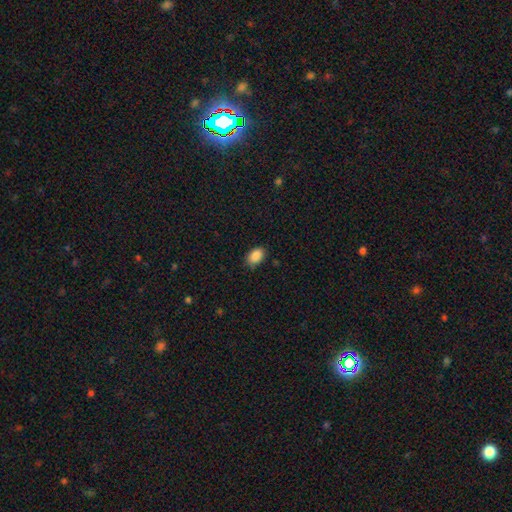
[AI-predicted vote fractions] smooth 88%, star or artifact 8%, featured or disk 4%. Down the decision tree: how rounded — in between (85%); merging — none (82%).